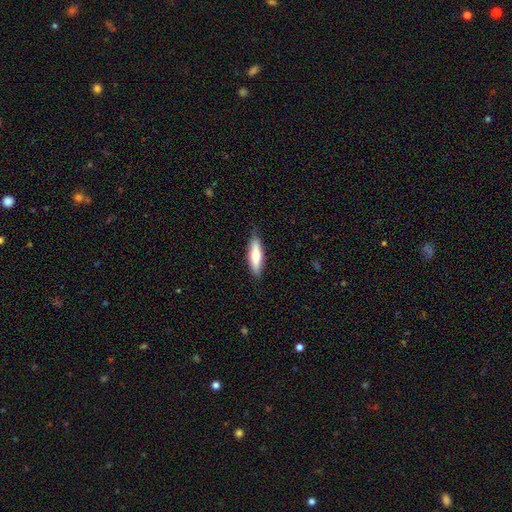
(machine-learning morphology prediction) Smooth or featured? Predicted: smooth (p=0.61). How rounded? Predicted: cigar-shaped (p=0.63). Merging? Predicted: none (p=0.84).